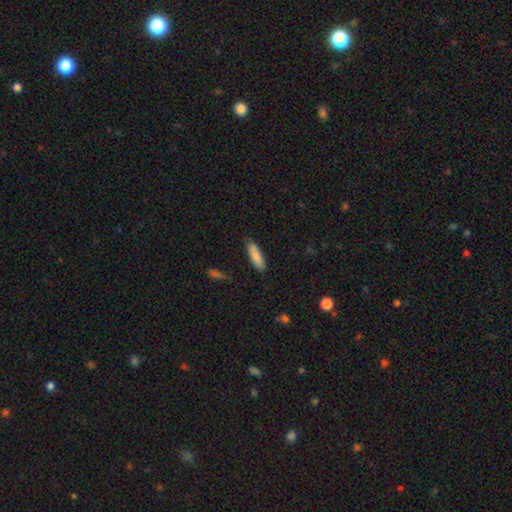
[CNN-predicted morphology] smooth_or_featured: smooth (p=0.86) [alt: featured or disk p=0.08]
how_rounded: cigar-shaped (p=0.63) [alt: in between p=0.35]
merging: none (p=0.81) [alt: minor disturbance p=0.14]